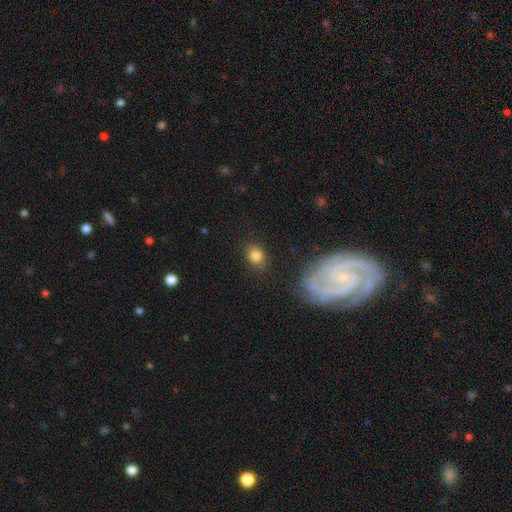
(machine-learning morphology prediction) type=smooth (83%); roundness=in between (53%); merging=none (81%).